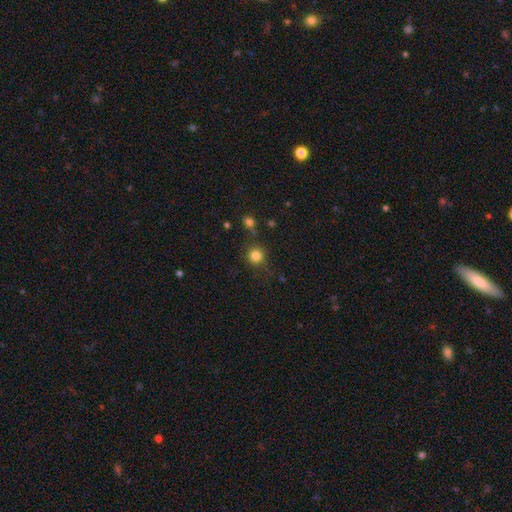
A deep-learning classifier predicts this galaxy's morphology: A smooth galaxy with no disk features (82%) that is round (93%). Merging: none (80%).